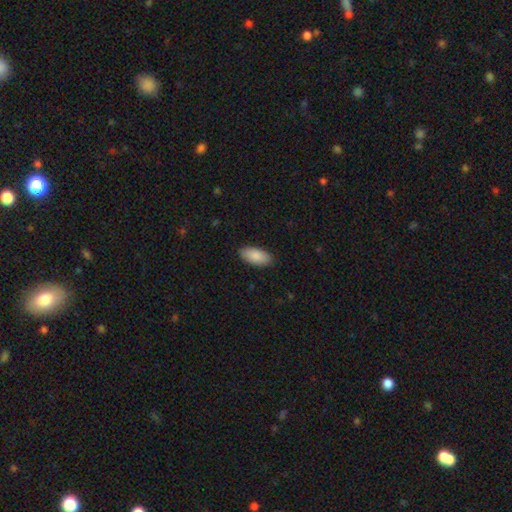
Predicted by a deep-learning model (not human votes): Smooth or featured?
  - smooth: 89% *
  - star or artifact: 6%
  - featured or disk: 6%
How rounded?
  - in between: 92% *
  - cigar-shaped: 6%
  - round: 2%
Merging?
  - none: 89% *
  - minor disturbance: 8%
  - major disturbance: 2%
  - merger: 1%